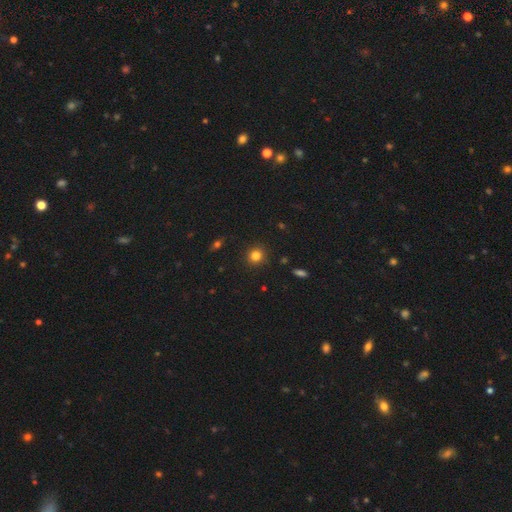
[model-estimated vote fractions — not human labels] Smooth or featured? smooth (83%)
How rounded? round (88%)
Merging? none (90%)